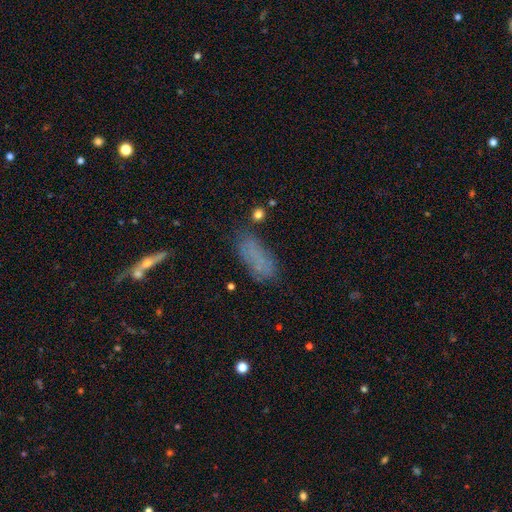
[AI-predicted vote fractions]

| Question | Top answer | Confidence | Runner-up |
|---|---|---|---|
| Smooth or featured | smooth | 67% | featured or disk (19%) |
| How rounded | in between | 74% | cigar-shaped (23%) |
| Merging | none | 64% | minor disturbance (21%) |